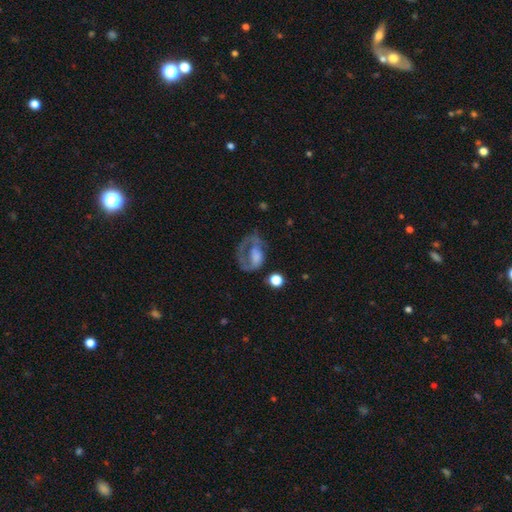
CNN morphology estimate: smooth_or_featured: featured or disk (p=0.60) [alt: smooth p=0.28]
disk_edge_on: no (p=0.97) [alt: yes p=0.03]
bar: no (p=0.75) [alt: weak p=0.19]
has_spiral_arms: yes (p=0.54) [alt: no p=0.46]
bulge_size: none (p=0.42) [alt: moderate p=0.21]
merging: none (p=0.39) [alt: major disturbance p=0.38]